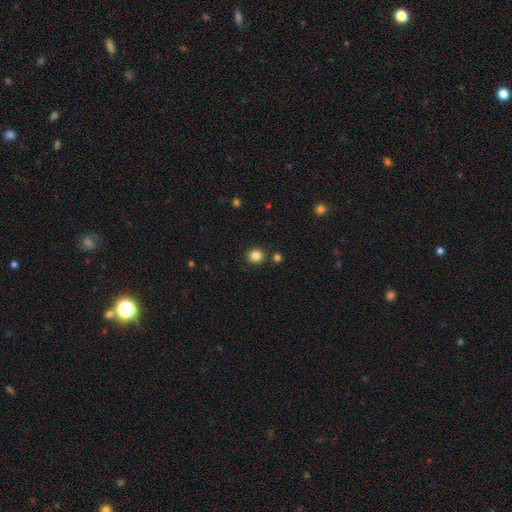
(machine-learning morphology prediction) A smooth galaxy with no disk features (85%) that is round (86%).

Vote fractions:
- Smooth or featured? smooth: 85% / star or artifact: 11% / featured or disk: 4%
- How rounded? round: 86% / in between: 13% / cigar-shaped: 1%
- Merging? none: 86% / minor disturbance: 7% / merger: 5% / major disturbance: 2%